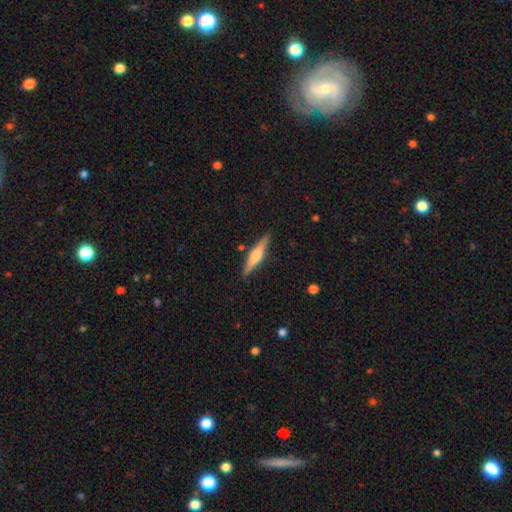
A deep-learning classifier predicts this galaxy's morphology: type=featured or disk (57%); edge-on=yes (97%); edge-on bulge=rounded (81%); merging=none (88%).